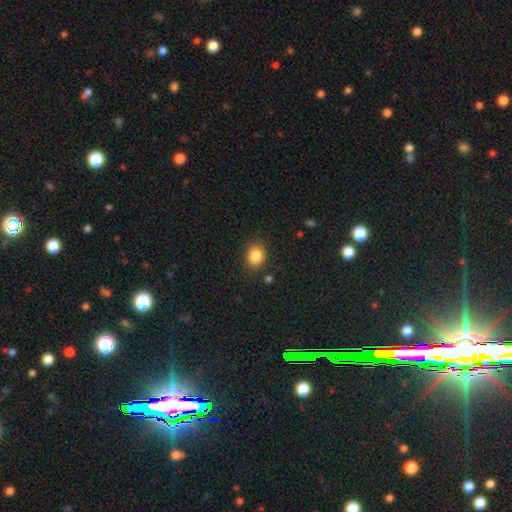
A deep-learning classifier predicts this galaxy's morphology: Smooth or featured? smooth (86%)
How rounded? round (53%)
Merging? none (84%)